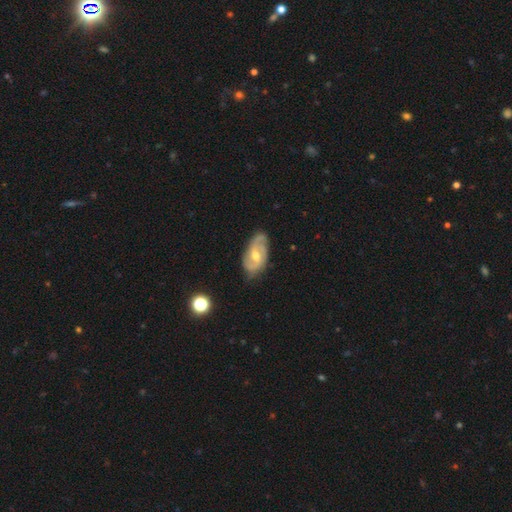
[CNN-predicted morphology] Smooth or featured?
  - featured or disk: 81% *
  - smooth: 13%
  - star or artifact: 6%
Edge-on disk?
  - no: 95% *
  - yes: 5%
Bar?
  - weak: 47% *
  - no: 42%
  - strong: 10%
Spiral arms?
  - yes: 95% *
  - no: 5%
Spiral winding?
  - medium: 46% *
  - tight: 39%
  - loose: 15%
Spiral arm count?
  - 2: 63% *
  - 3: 16%
  - can't tell: 13%
  - 1: 3%
  - 4: 3%
  - more than 4: 2%
Bulge size?
  - moderate: 64% *
  - small: 31%
  - large: 2%
  - none: 2%
  - dominant: 1%
Merging?
  - none: 76% *
  - minor disturbance: 19%
  - major disturbance: 4%
  - merger: 1%